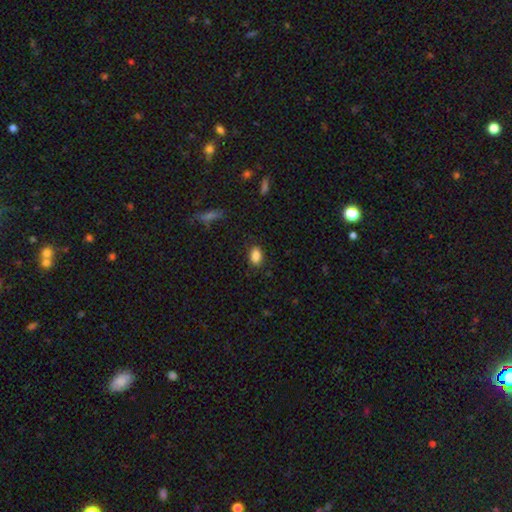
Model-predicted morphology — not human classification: Smooth or featured? Predicted: smooth (p=0.88). How rounded? Predicted: in between (p=0.86). Merging? Predicted: none (p=0.83).